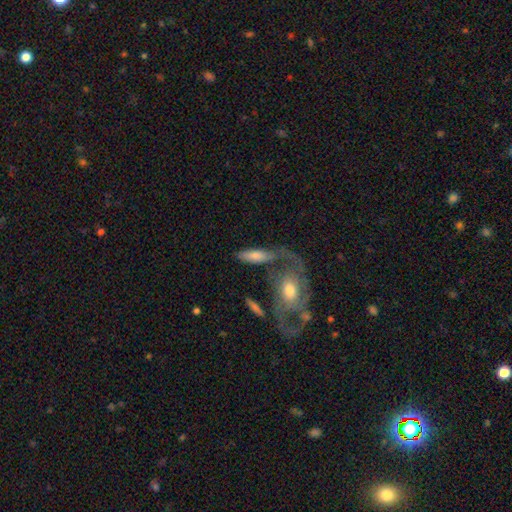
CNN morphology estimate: Smooth or featured? smooth (67%)
How rounded? in between (53%)
Merging? none (44%)